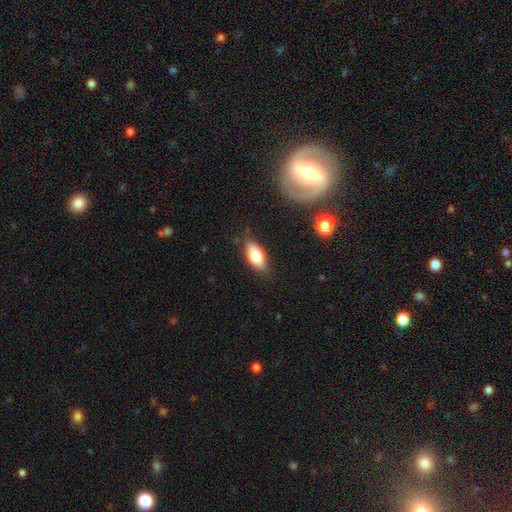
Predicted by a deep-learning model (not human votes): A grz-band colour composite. It shows a smooth galaxy with no disk features (75%) that is in between round and cigar-shaped (86%). Merging: none (79%).